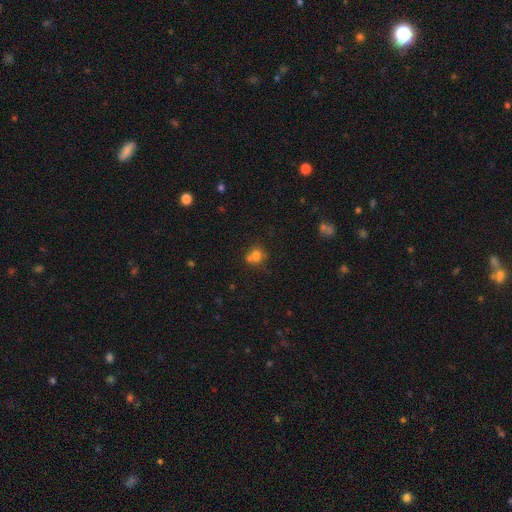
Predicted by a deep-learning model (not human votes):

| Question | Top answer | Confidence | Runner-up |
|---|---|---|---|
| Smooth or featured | smooth | 75% | star or artifact (14%) |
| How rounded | round | 78% | in between (21%) |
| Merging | none | 47% | merger (36%) |